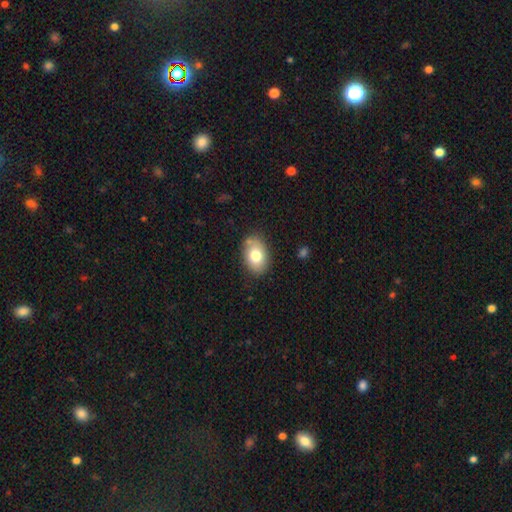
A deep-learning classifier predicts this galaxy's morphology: Smooth or featured?
  - smooth: 76% *
  - featured or disk: 17%
  - star or artifact: 8%
How rounded?
  - in between: 83% *
  - round: 16%
  - cigar-shaped: 1%
Merging?
  - none: 78% *
  - minor disturbance: 16%
  - major disturbance: 3%
  - merger: 3%